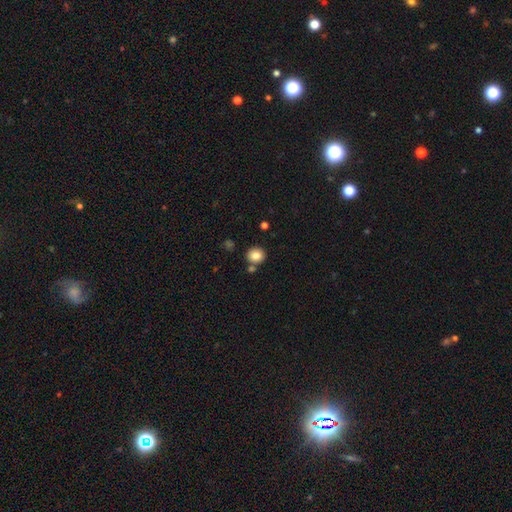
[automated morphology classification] A smooth galaxy with no disk features (83%) that is round (81%).

Vote fractions:
- Smooth or featured? smooth: 83% / star or artifact: 10% / featured or disk: 7%
- How rounded? round: 81% / in between: 18% / cigar-shaped: 1%
- Merging? none: 79% / merger: 10% / minor disturbance: 8% / major disturbance: 2%